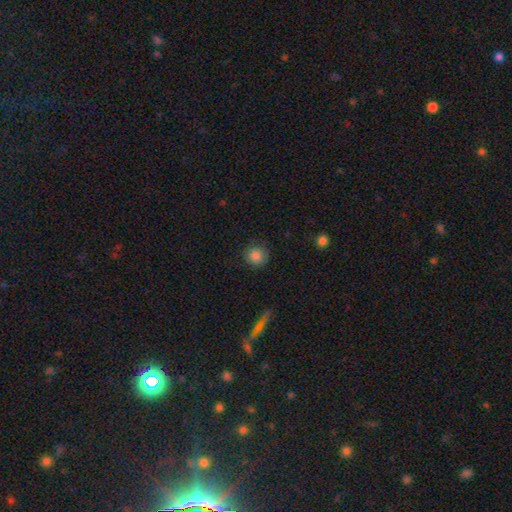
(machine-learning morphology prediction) Overall: smooth (85%). How rounded: round (92%). Merging: none (83%).